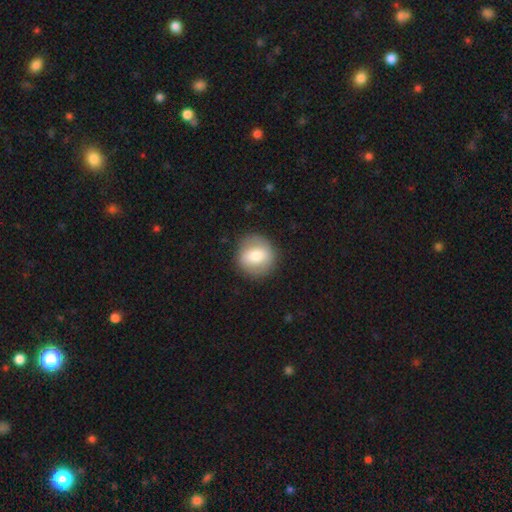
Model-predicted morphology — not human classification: Overall: smooth (67%). How rounded: round (87%). Merging: none (85%).